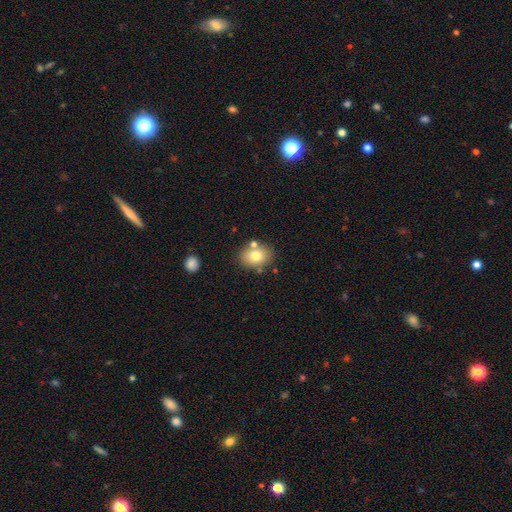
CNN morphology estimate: smooth 74%, featured or disk 16%, star or artifact 10%. Down the decision tree: how rounded — in between (57%); merging — none (73%).